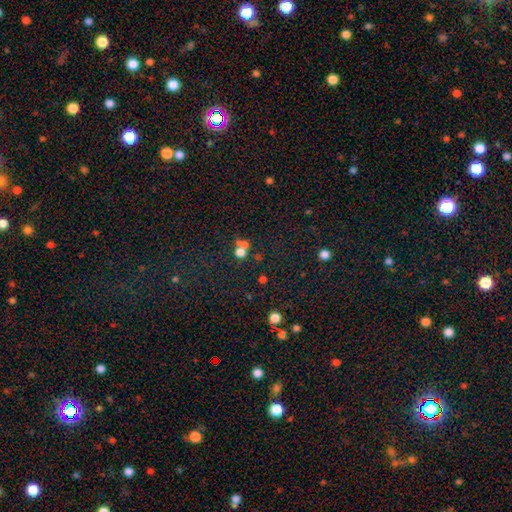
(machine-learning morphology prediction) type=star or artifact (64%).